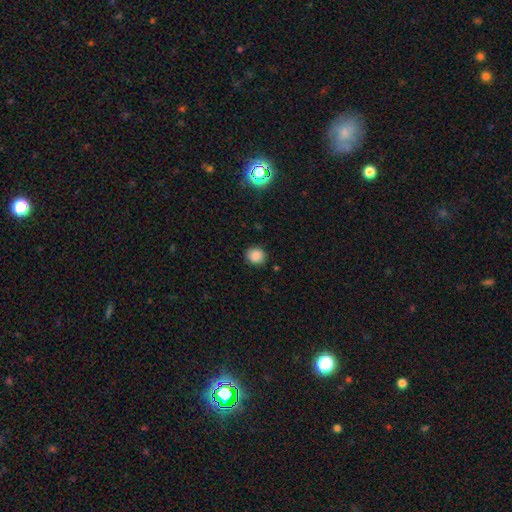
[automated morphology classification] smooth-or-featured: smooth: 86% | star or artifact: 10% | featured or disk: 3%
  how-rounded: round: 83% | in between: 16% | cigar-shaped: 1%
  merging: none: 89% | minor disturbance: 8% | major disturbance: 2% | merger: 1%